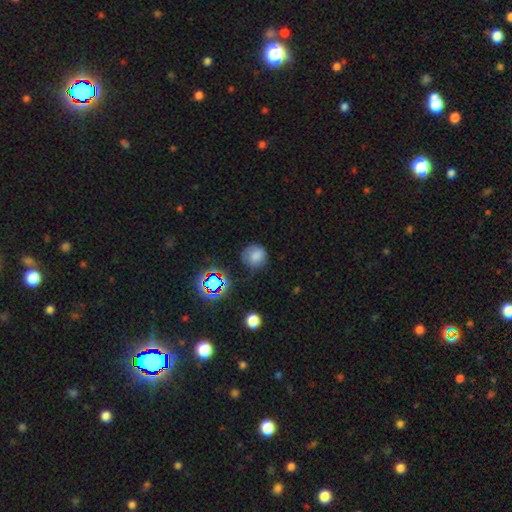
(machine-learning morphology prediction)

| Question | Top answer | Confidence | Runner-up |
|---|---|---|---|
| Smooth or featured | smooth | 75% | star or artifact (16%) |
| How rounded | round | 89% | in between (10%) |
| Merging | none | 70% | minor disturbance (20%) |